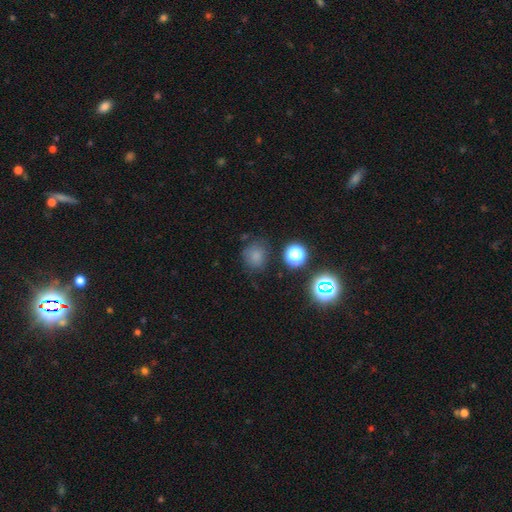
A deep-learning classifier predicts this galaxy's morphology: This appears to be a smooth galaxy with no disk features (73%) that is round (73%). Merging: none (71%).